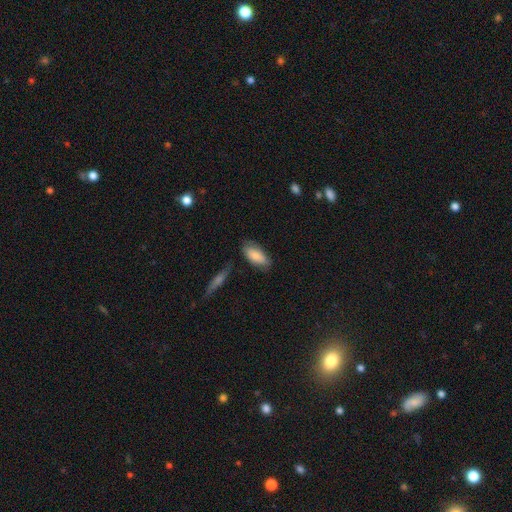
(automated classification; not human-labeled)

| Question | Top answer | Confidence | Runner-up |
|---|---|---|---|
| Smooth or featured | smooth | 79% | featured or disk (15%) |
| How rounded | in between | 86% | cigar-shaped (12%) |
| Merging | none | 70% | minor disturbance (21%) |